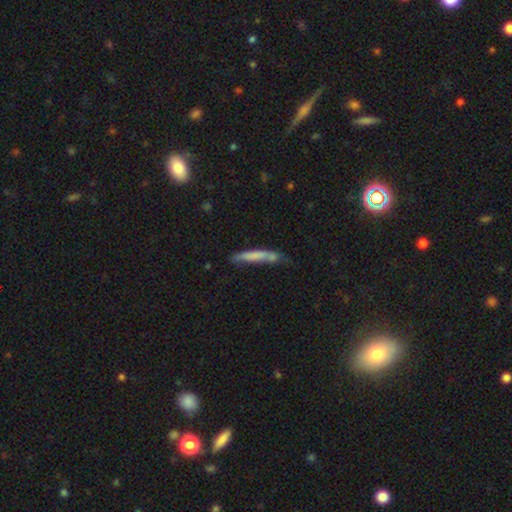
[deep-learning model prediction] smooth-or-featured: smooth: 66% | featured or disk: 27% | star or artifact: 7%
  how-rounded: cigar-shaped: 92% | in between: 6% | round: 2%
  merging: none: 58% | minor disturbance: 25% | major disturbance: 9% | merger: 8%